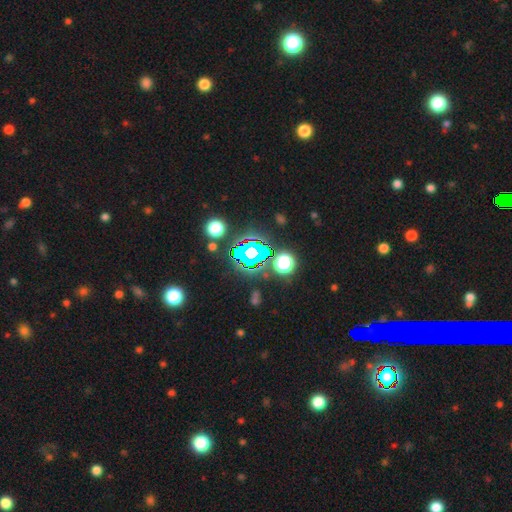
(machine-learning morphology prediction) Smooth or featured? star or artifact (74%)